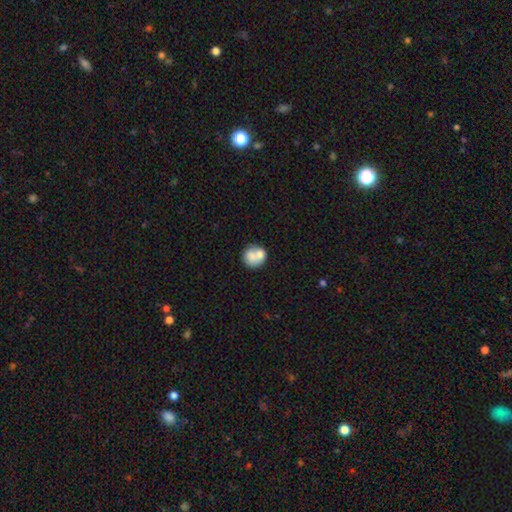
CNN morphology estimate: smooth_or_featured: smooth (p=0.74) [alt: featured or disk p=0.19]
how_rounded: round (p=0.82) [alt: in between p=0.17]
merging: none (p=0.46) [alt: merger p=0.36]